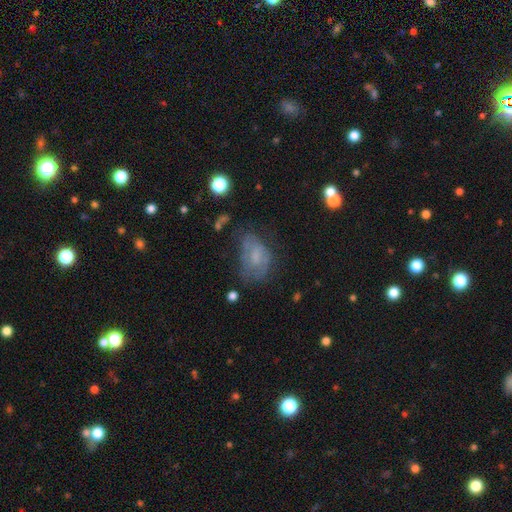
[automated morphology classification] smooth-or-featured: featured or disk: 46% | smooth: 41% | star or artifact: 14%
  merging: none: 43% | minor disturbance: 28% | major disturbance: 25% | merger: 4%